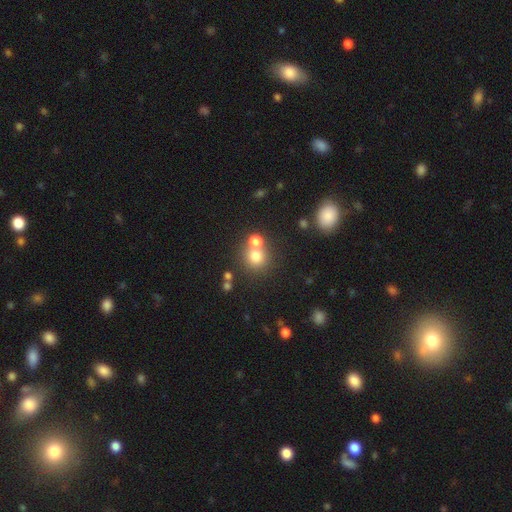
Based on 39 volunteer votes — This appears to be a smooth galaxy with no disk features (87%) that is round (88%). Merging: none (66%).